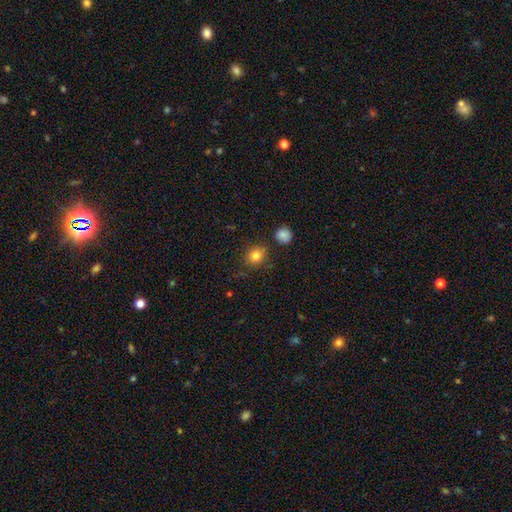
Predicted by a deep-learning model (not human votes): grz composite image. It shows a smooth galaxy with no disk features (82%) that is round (81%). Merging: none (79%).